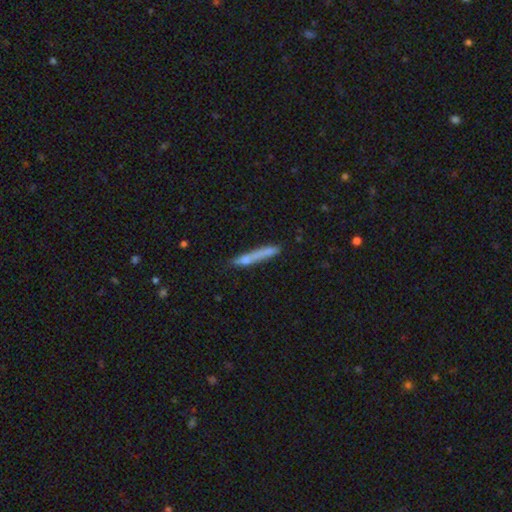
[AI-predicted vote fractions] Smooth or featured? Predicted: smooth (p=0.56). How rounded? Predicted: cigar-shaped (p=0.94). Merging? Predicted: none (p=0.72).